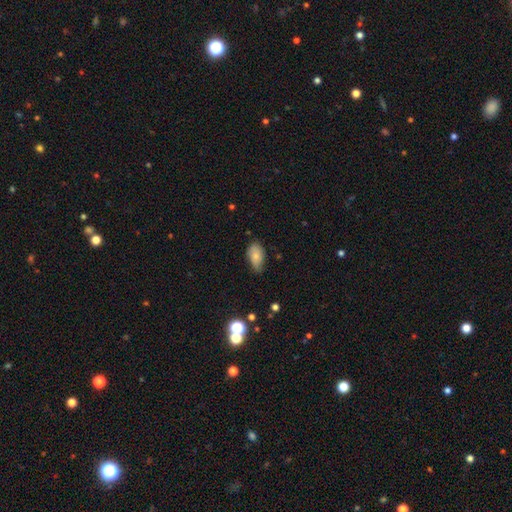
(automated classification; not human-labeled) A smooth galaxy with no disk features (77%) that is in between round and cigar-shaped (92%). Merging: none (58%).